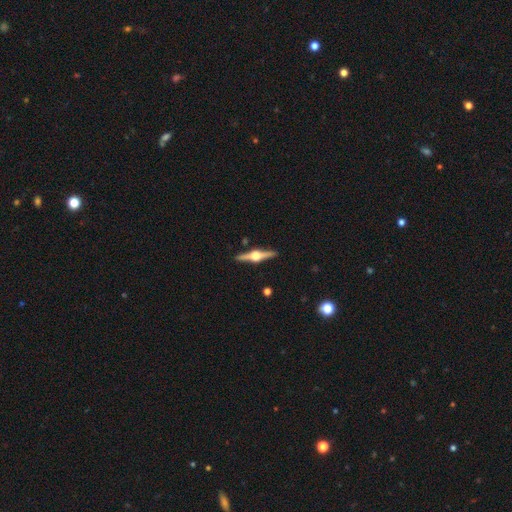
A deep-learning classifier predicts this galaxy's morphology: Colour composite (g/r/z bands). It shows a featured or disk galaxy (84%) viewed edge-on (98%) with a rounded central bulge (96%). Merging: none (91%).